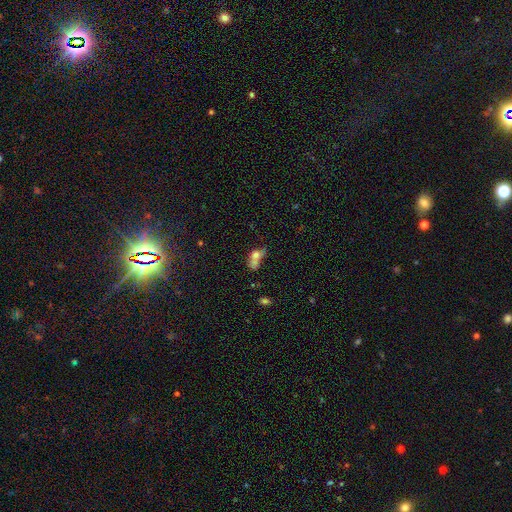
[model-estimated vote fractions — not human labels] Overall: smooth (63%; featured or disk 24%). How rounded: in between (65%; round 25%). Merging: merger (39%; major disturbance 23%).